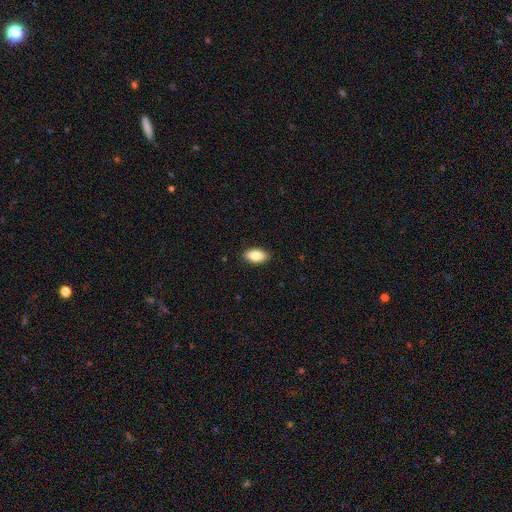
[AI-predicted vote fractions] Smooth or featured? smooth (84%)
How rounded? in between (91%)
Merging? none (89%)